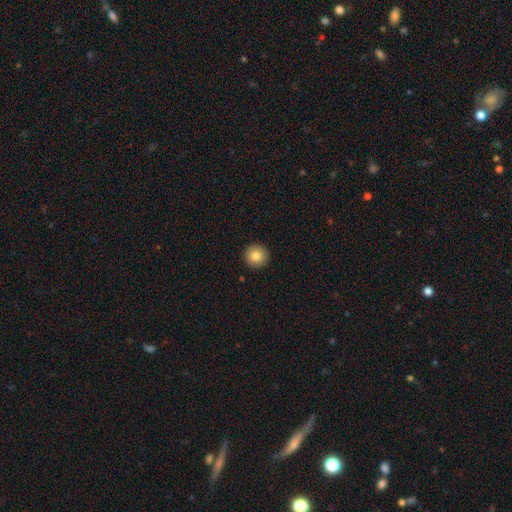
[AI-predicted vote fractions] This appears to be a smooth galaxy with no disk features (84%) that is round (95%). Merging: none (93%).